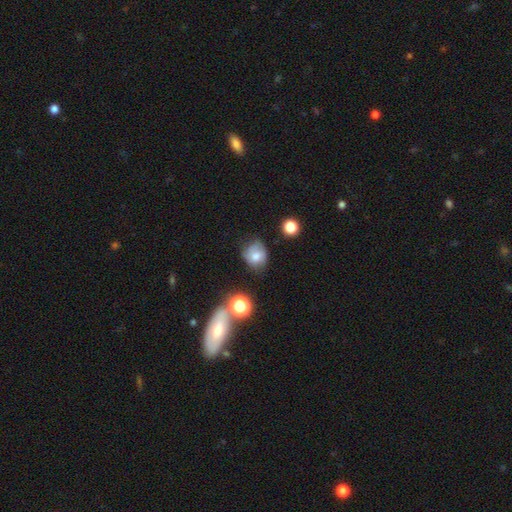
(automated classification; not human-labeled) The model was most divided on "merging": none: 47%, minor disturbance: 34%, major disturbance: 14%, merger: 5%. More confident: smooth or featured — smooth (69%); how rounded — round (62%).